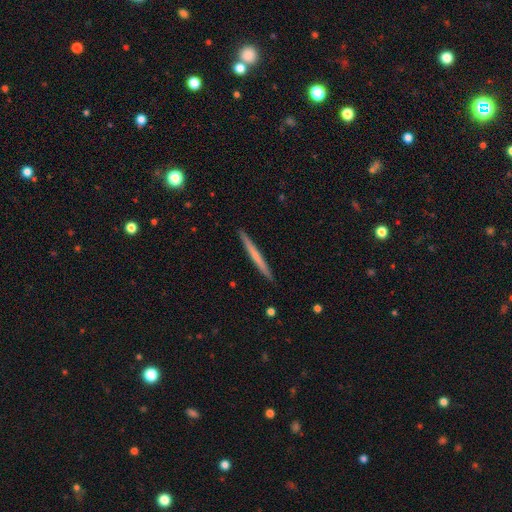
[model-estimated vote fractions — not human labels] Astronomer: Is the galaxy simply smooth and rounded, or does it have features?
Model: smooth — 50% (runner-up: featured or disk, 45%).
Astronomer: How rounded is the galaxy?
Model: cigar-shaped — 97%.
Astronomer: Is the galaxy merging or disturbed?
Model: none — 93%.